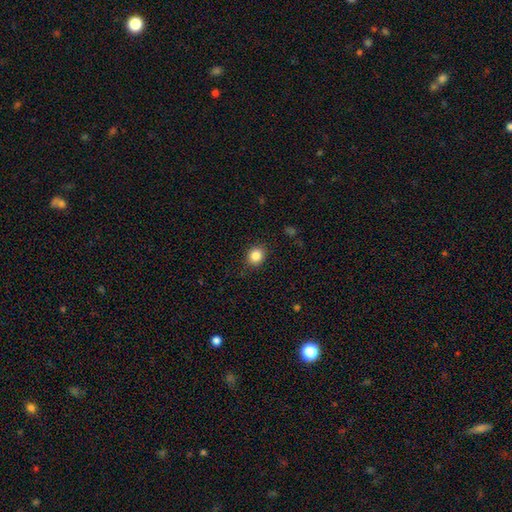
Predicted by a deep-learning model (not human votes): Smooth or featured? Predicted: smooth (p=0.85). How rounded? Predicted: round (p=0.76). Merging? Predicted: none (p=0.89).